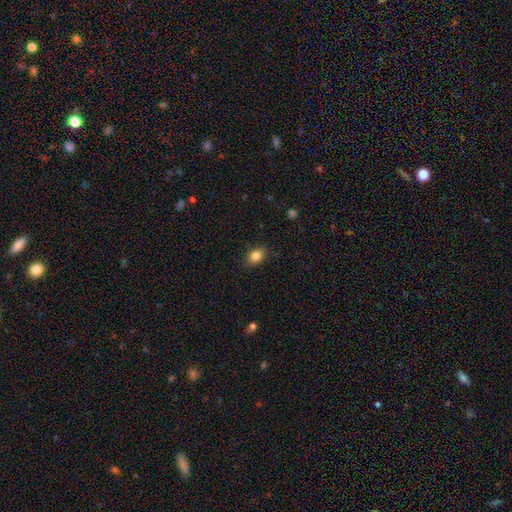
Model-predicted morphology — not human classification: This appears to be a smooth galaxy with no disk features (84%) that is in between round and cigar-shaped (75%). Merging: none (85%).